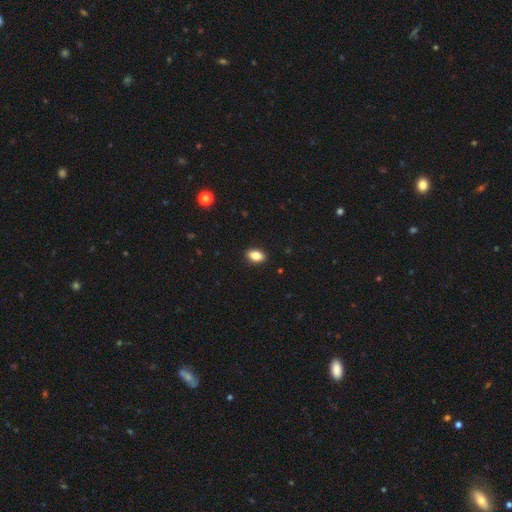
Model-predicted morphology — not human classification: smooth_or_featured: smooth (p=0.85) [alt: star or artifact p=0.09]
how_rounded: in between (p=0.88) [alt: round p=0.10]
merging: none (p=0.90) [alt: minor disturbance p=0.07]